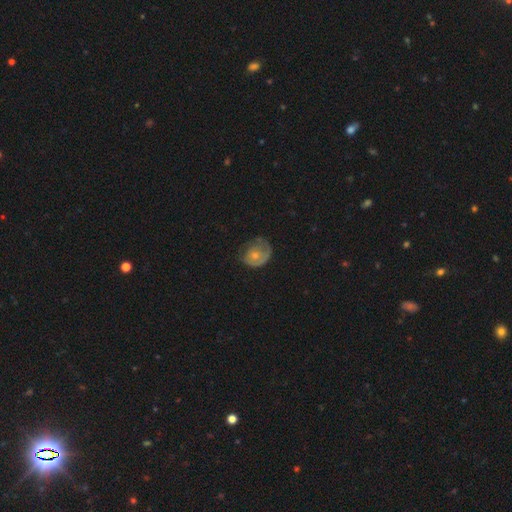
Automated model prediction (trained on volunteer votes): Morphology: type=smooth (49%); merging=none (41%).